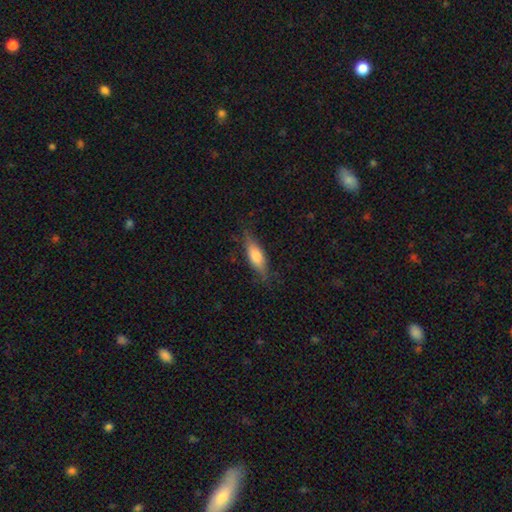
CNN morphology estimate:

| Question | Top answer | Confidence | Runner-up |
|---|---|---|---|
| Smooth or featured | smooth | 65% | featured or disk (28%) |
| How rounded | in between | 52% | cigar-shaped (45%) |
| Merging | none | 76% | minor disturbance (19%) |